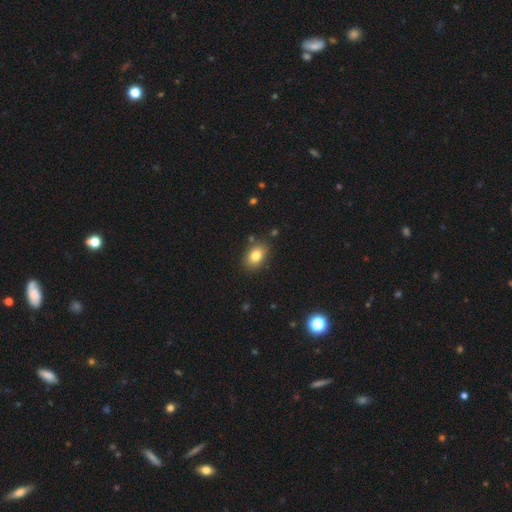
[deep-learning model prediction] This is clearly a smooth galaxy (82%). How rounded: clearly in between (82%). Merging: clearly none (84%).